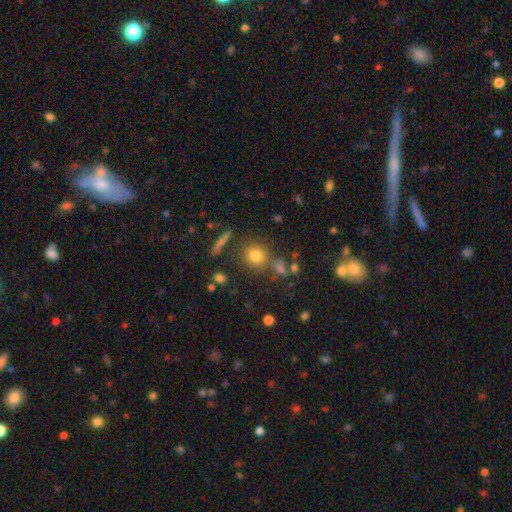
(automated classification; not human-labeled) Q: Smooth or featured?
A: smooth (77%); runner-up: star or artifact (14%)
Q: How rounded?
A: round (87%); runner-up: in between (11%)
Q: Merging?
A: none (76%); runner-up: minor disturbance (10%)